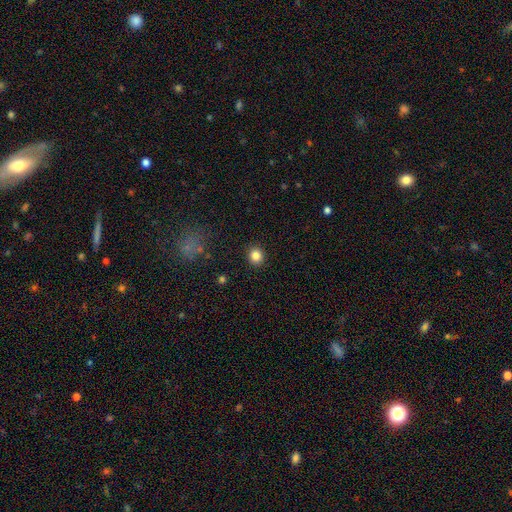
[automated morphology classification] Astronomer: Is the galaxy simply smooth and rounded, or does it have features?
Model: smooth — 84%.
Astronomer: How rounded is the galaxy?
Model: round — 79%.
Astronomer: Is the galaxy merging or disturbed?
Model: none — 91%.